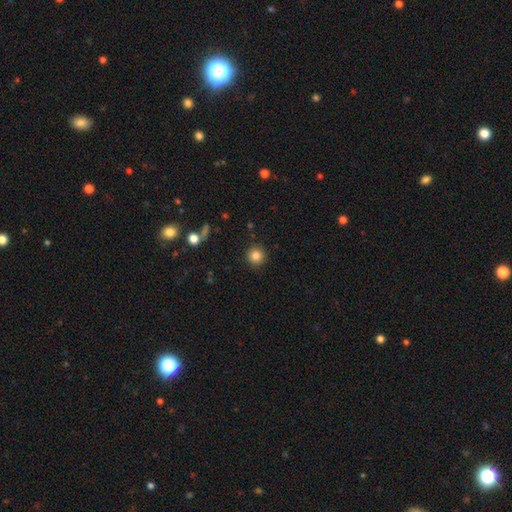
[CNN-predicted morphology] Q: Smooth or featured?
A: smooth (83%); runner-up: star or artifact (11%)
Q: How rounded?
A: round (95%); runner-up: in between (4%)
Q: Merging?
A: none (91%); runner-up: minor disturbance (5%)